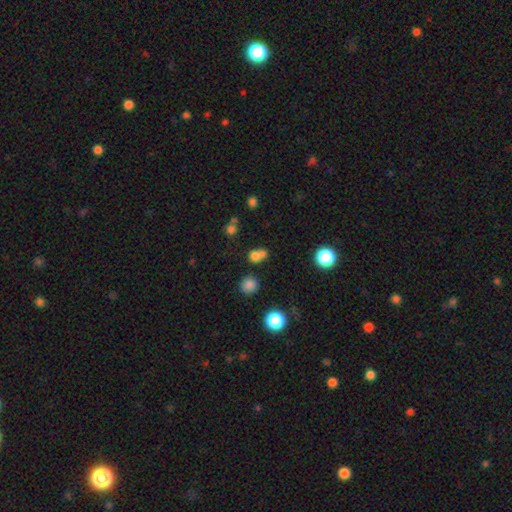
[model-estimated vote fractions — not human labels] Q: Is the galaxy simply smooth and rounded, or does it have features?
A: smooth — 72%.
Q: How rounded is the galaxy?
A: round — 72%.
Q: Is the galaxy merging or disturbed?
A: merger — 46%.